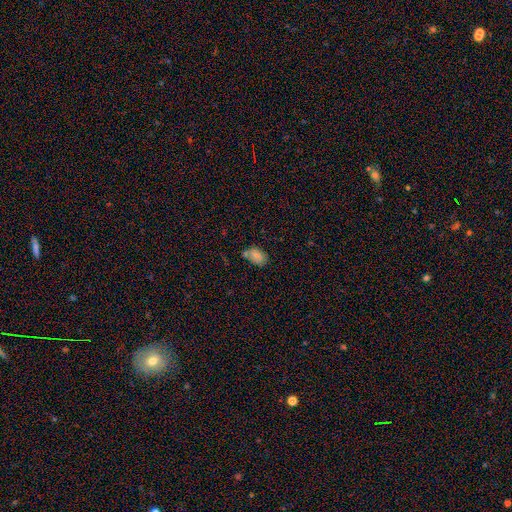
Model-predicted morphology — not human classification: Smooth or featured? Predicted: smooth (p=0.78). How rounded? Predicted: in between (p=0.87). Merging? Predicted: none (p=0.59).